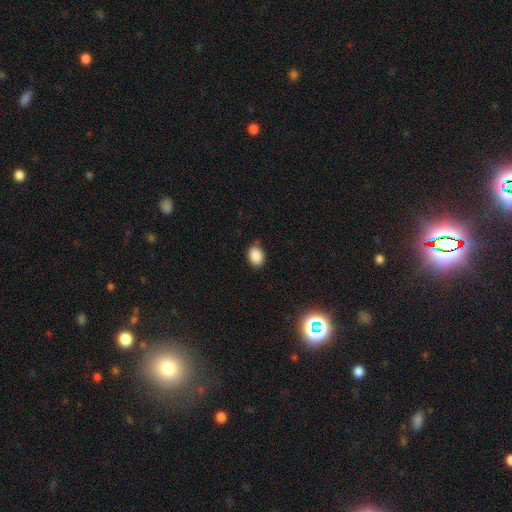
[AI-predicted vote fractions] Q: Smooth or featured?
A: smooth (88%); runner-up: star or artifact (9%)
Q: How rounded?
A: in between (77%); runner-up: round (22%)
Q: Merging?
A: none (78%); runner-up: minor disturbance (18%)